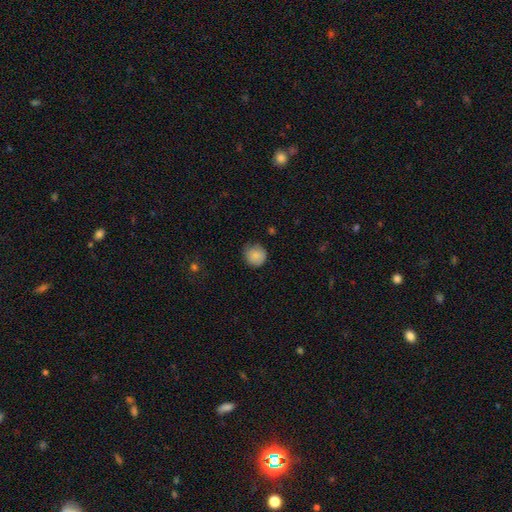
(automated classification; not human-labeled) Morphology: type=smooth (84%); roundness=round (90%); merging=none (69%).